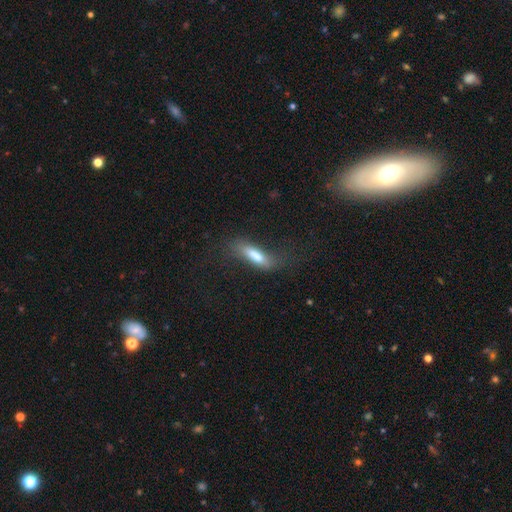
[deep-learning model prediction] Smooth or featured? Predicted: smooth (p=0.68). How rounded? Predicted: cigar-shaped (p=0.57). Merging? Predicted: none (p=0.53).